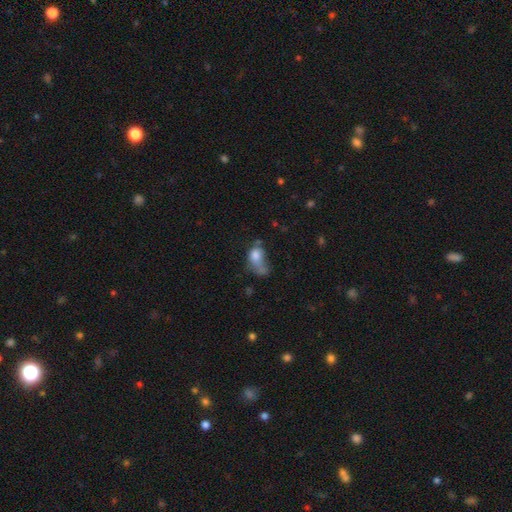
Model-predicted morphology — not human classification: Smooth or featured? smooth (70%)
How rounded? in between (71%)
Merging? major disturbance (40%)